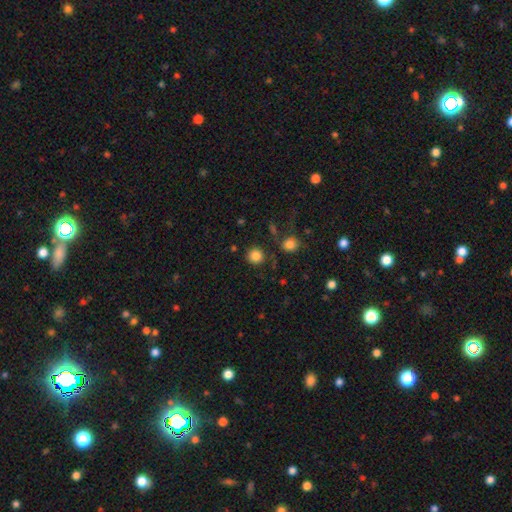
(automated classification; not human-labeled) Smooth or featured? smooth (85%)
How rounded? round (92%)
Merging? none (85%)